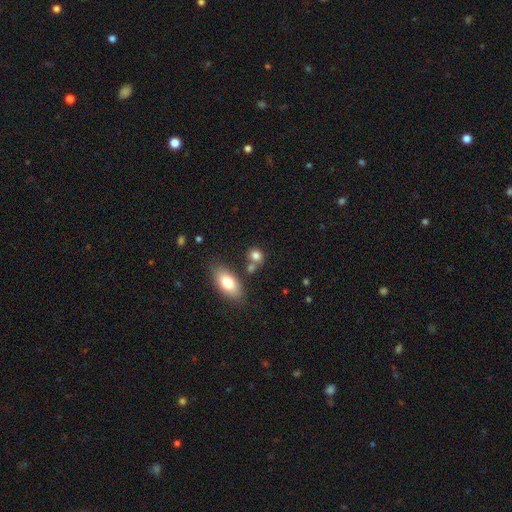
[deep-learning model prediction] A smooth galaxy with no disk features (81%) that is round (64%).

Vote fractions:
- Smooth or featured? smooth: 81% / star or artifact: 10% / featured or disk: 9%
- How rounded? round: 64% / in between: 33% / cigar-shaped: 2%
- Merging? none: 63% / merger: 21% / minor disturbance: 12% / major disturbance: 4%